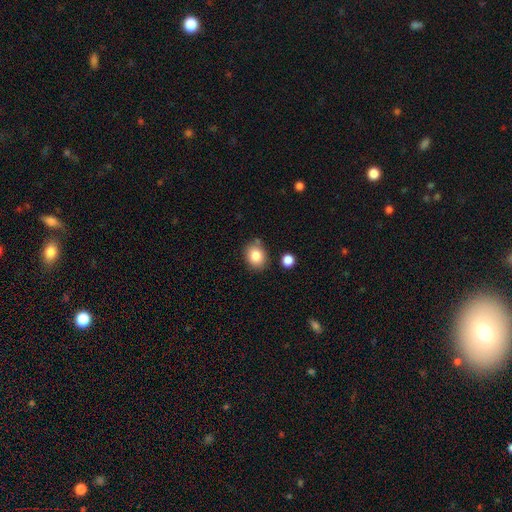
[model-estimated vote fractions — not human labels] Smooth or featured? smooth (84%)
How rounded? round (55%)
Merging? none (78%)